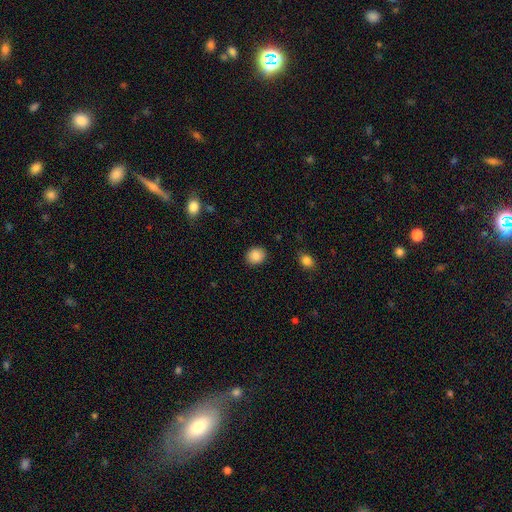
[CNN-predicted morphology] smooth_or_featured: smooth (p=0.88) [alt: star or artifact p=0.08]
how_rounded: round (p=0.62) [alt: in between p=0.37]
merging: none (p=0.89) [alt: minor disturbance p=0.08]